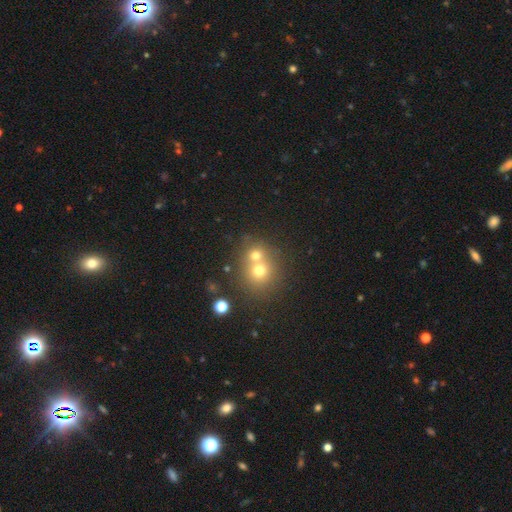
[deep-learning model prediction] Smooth or featured?
  - smooth: 68% *
  - featured or disk: 16%
  - star or artifact: 15%
How rounded?
  - round: 81% *
  - in between: 18%
  - cigar-shaped: 1%
Merging?
  - merger: 54% *
  - none: 37%
  - minor disturbance: 6%
  - major disturbance: 3%